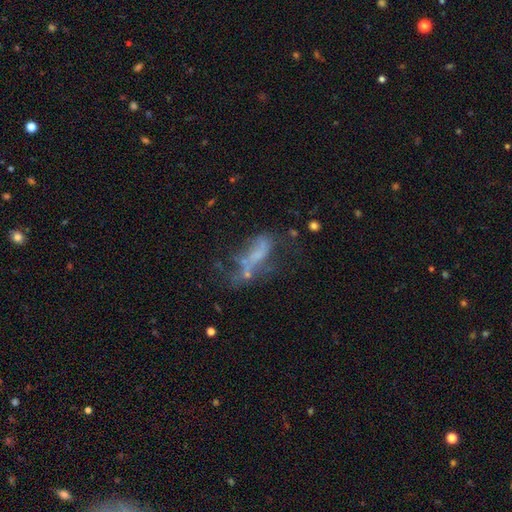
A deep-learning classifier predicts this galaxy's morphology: The model was most divided on "merging": major disturbance: 33%, none: 28%, merger: 21%, minor disturbance: 17%. Remaining: smooth or featured — featured or disk (48%).